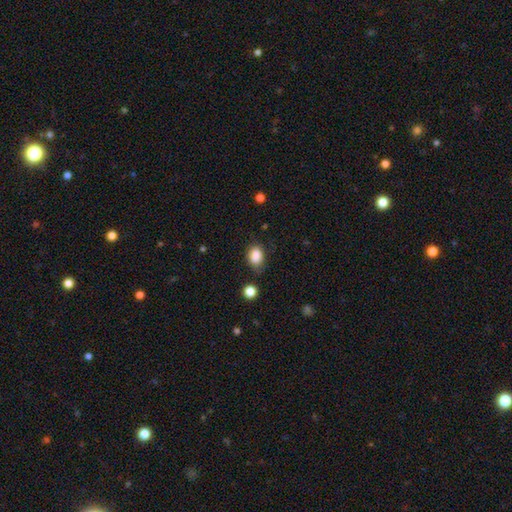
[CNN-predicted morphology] smooth_or_featured: smooth (p=0.86) [alt: star or artifact p=0.09]
how_rounded: in between (p=0.74) [alt: round p=0.25]
merging: none (p=0.69) [alt: minor disturbance p=0.22]